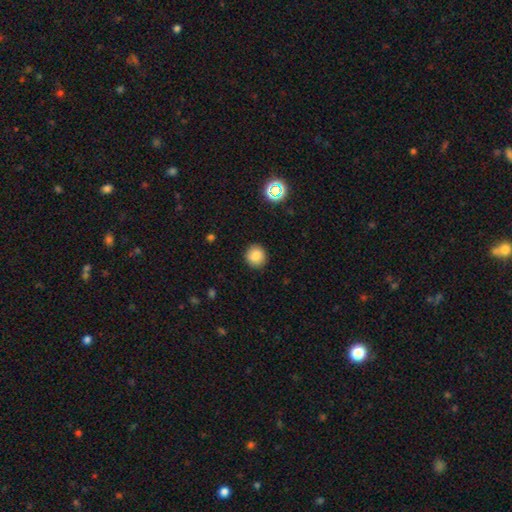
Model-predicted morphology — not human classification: This is clearly a smooth galaxy (85%). How rounded: clearly round (91%). Merging: clearly none (90%).